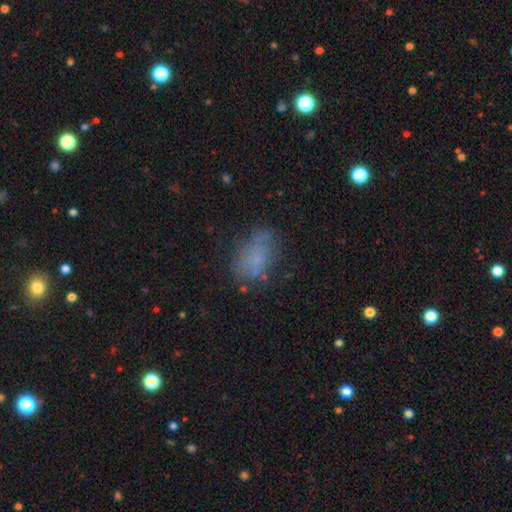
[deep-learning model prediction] The model was most divided on "merging": none: 59%, minor disturbance: 24%, major disturbance: 14%, merger: 3%. More confident: how rounded — in between (85%); smooth or featured — smooth (61%).